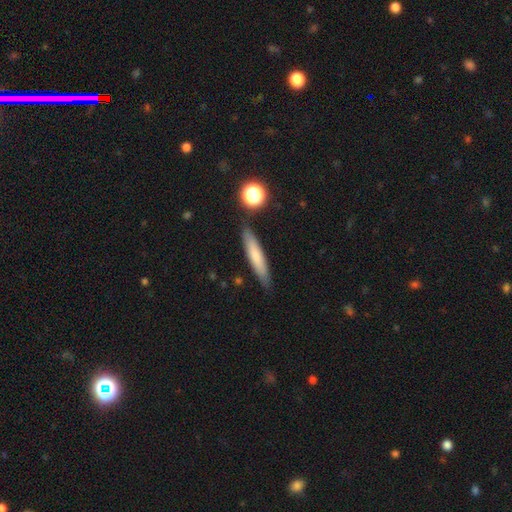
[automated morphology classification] Overall: smooth (70%). How rounded: cigar-shaped (87%). Merging: none (85%).